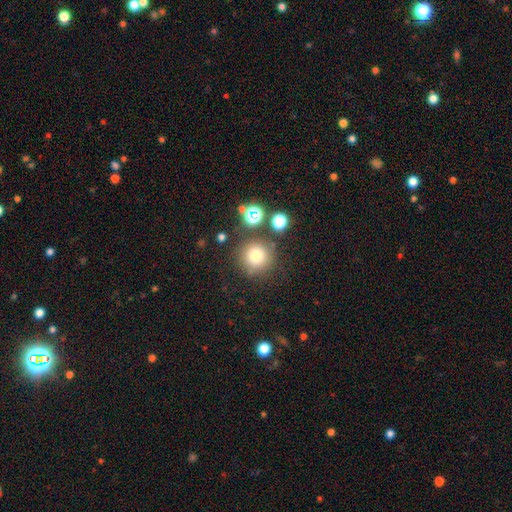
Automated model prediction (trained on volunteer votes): Morphology: type=smooth (76%); roundness=round (95%); merging=none (78%).